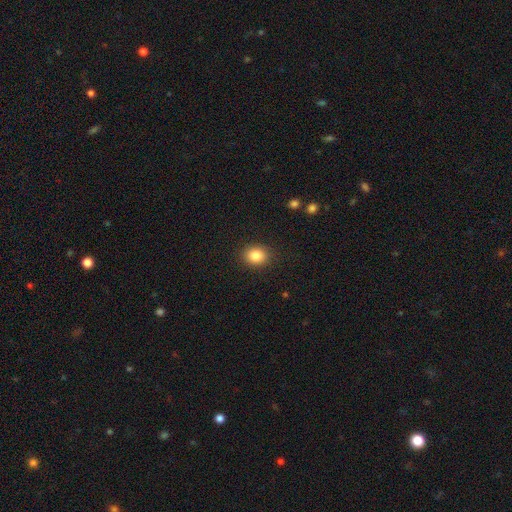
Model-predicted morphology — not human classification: This appears to be a smooth galaxy with no disk features (85%) that is round (58%). Merging: none (88%).